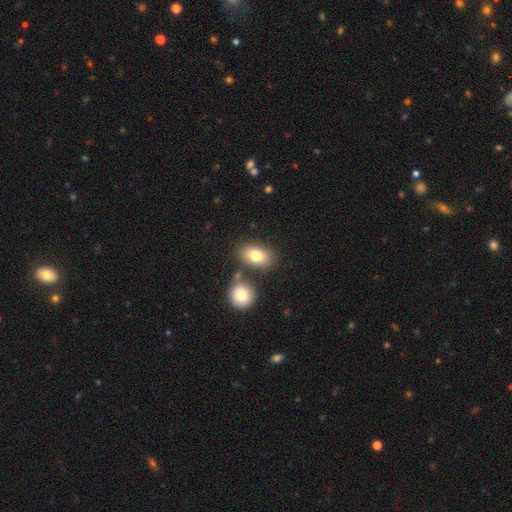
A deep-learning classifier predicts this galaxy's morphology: type=smooth (80%); roundness=in between (84%); merging=none (67%).